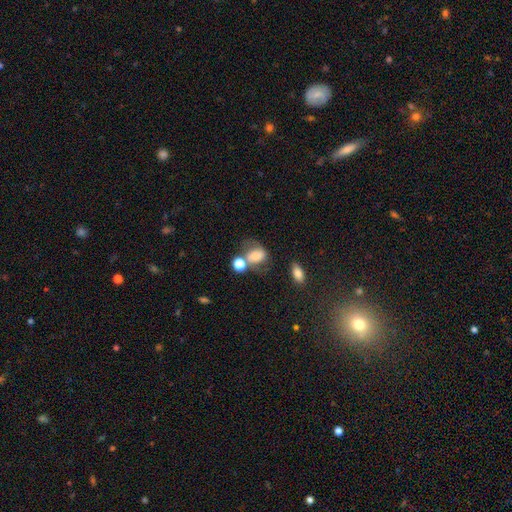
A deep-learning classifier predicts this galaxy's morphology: Overall: smooth (65%). How rounded: in between (62%; round 37%). Merging: none (35%; merger 26%).